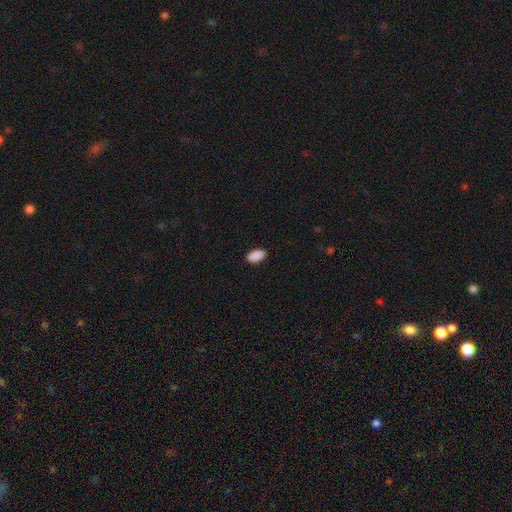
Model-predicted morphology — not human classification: Overall: smooth (90%). How rounded: in between (94%). Merging: none (88%).